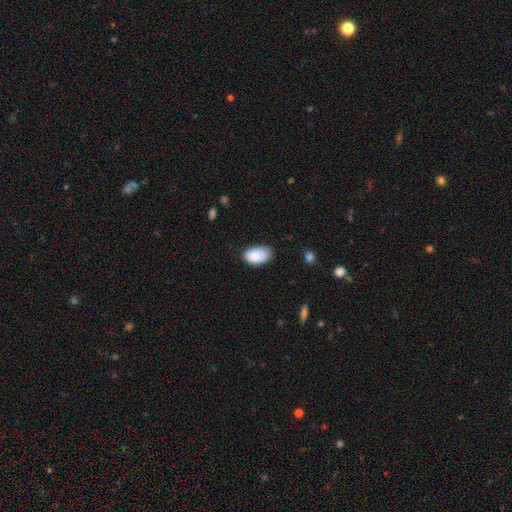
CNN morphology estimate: Smooth or featured? Predicted: smooth (p=0.87). How rounded? Predicted: in between (p=0.94). Merging? Predicted: none (p=0.71).